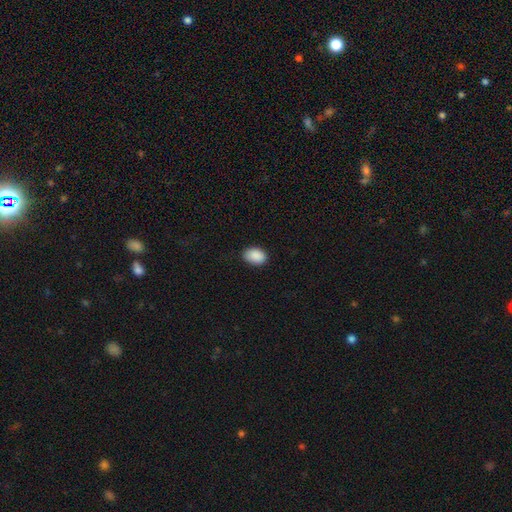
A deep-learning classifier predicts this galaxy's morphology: Q: Smooth or featured?
A: smooth (90%); runner-up: star or artifact (7%)
Q: How rounded?
A: in between (83%); runner-up: round (16%)
Q: Merging?
A: none (84%); runner-up: minor disturbance (13%)